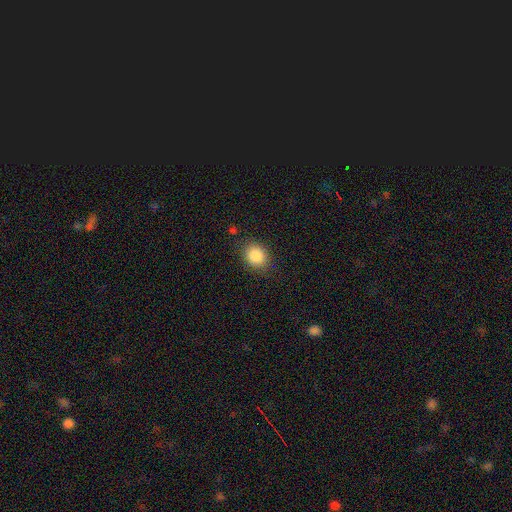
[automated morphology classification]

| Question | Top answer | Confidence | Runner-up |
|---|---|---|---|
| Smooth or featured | smooth | 86% | star or artifact (9%) |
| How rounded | round | 57% | in between (42%) |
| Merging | none | 84% | minor disturbance (11%) |